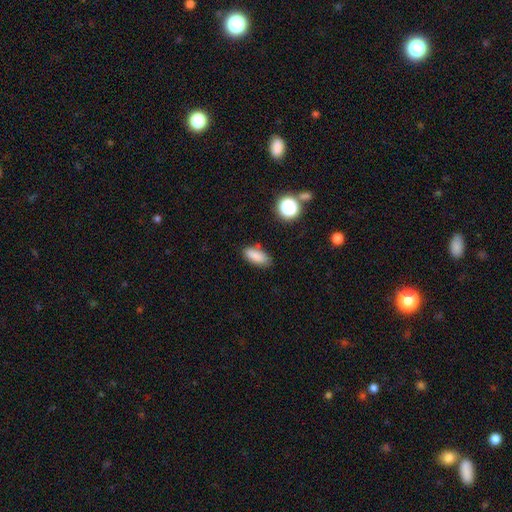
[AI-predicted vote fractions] smooth-or-featured: smooth: 85% | star or artifact: 10% | featured or disk: 6%
  how-rounded: in between: 79% | cigar-shaped: 18% | round: 4%
  merging: none: 81% | minor disturbance: 13% | major disturbance: 3% | merger: 3%